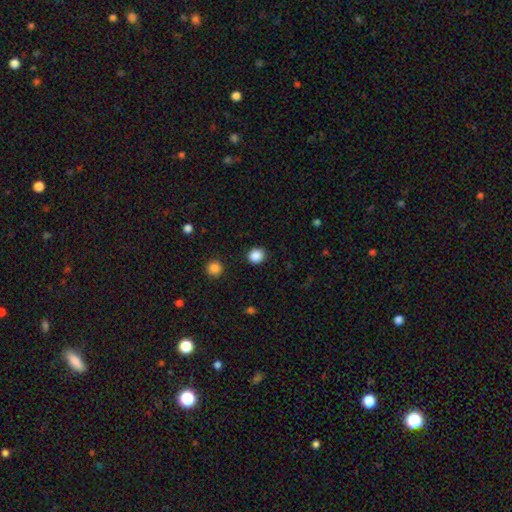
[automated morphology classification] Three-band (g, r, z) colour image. It shows a smooth galaxy with no disk features (87%) that is round (86%). Merging: none (91%).